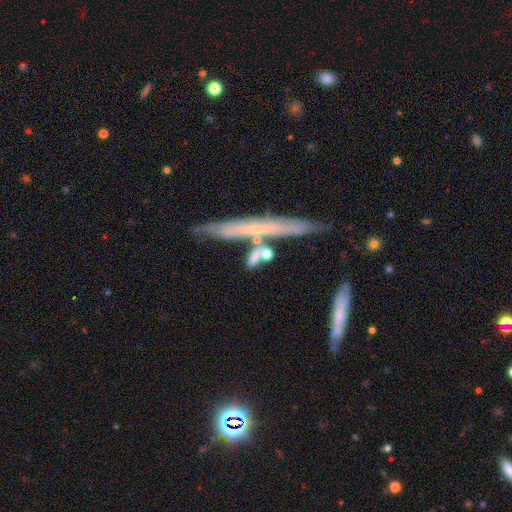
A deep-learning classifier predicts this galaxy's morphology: The model was most divided on "how rounded": cigar-shaped: 50%, in between: 35%, round: 15%. More confident: smooth or featured — smooth (65%); merging — none (60%).